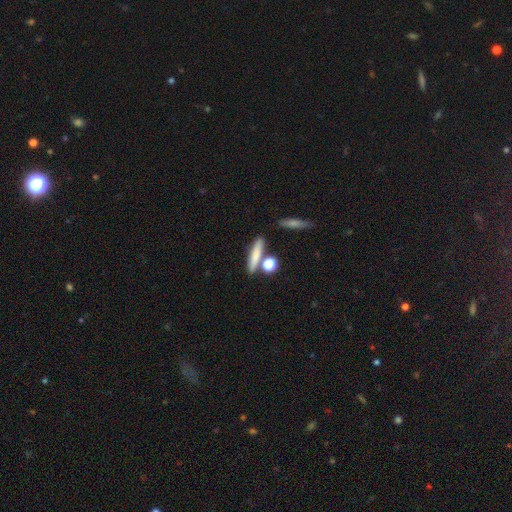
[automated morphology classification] Smooth or featured: smooth — 74% (featured or disk — 17%)
How rounded: cigar-shaped — 68% (in between — 19%)
Merging: none — 69% (merger — 16%)